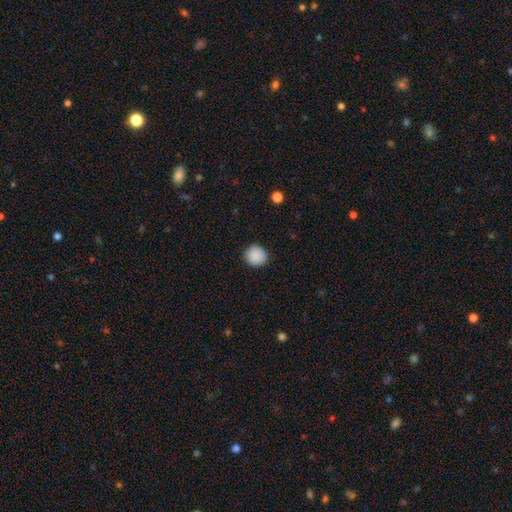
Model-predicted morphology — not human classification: Overall: smooth (89%). How rounded: round (89%). Merging: none (90%).